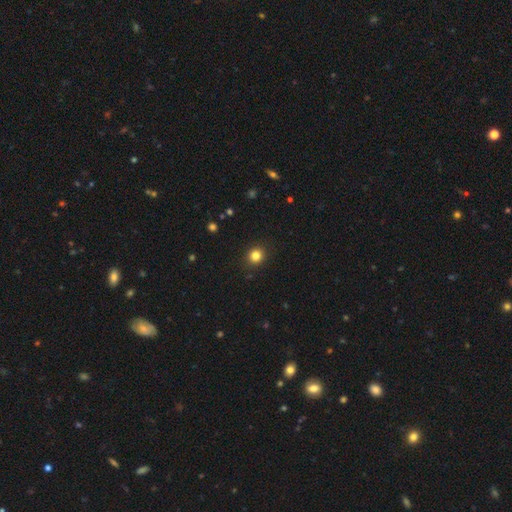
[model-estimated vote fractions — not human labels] smooth 83%, star or artifact 12%, featured or disk 5%. Down the decision tree: how rounded — round (85%); merging — none (91%).